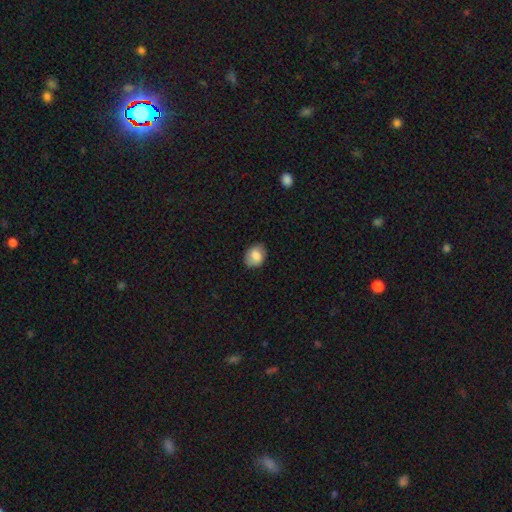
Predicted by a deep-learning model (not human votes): Smooth or featured?
  - smooth: 79% *
  - featured or disk: 13%
  - star or artifact: 8%
How rounded?
  - in between: 54% *
  - round: 45%
  - cigar-shaped: 1%
Merging?
  - none: 83% *
  - minor disturbance: 13%
  - major disturbance: 3%
  - merger: 1%